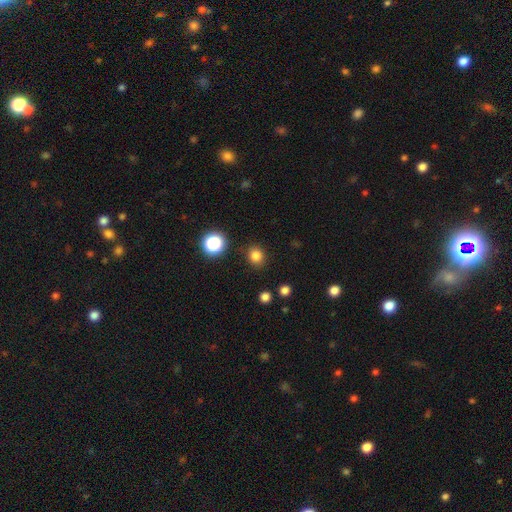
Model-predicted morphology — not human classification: Overall: smooth (81%). How rounded: round (83%). Merging: none (88%).